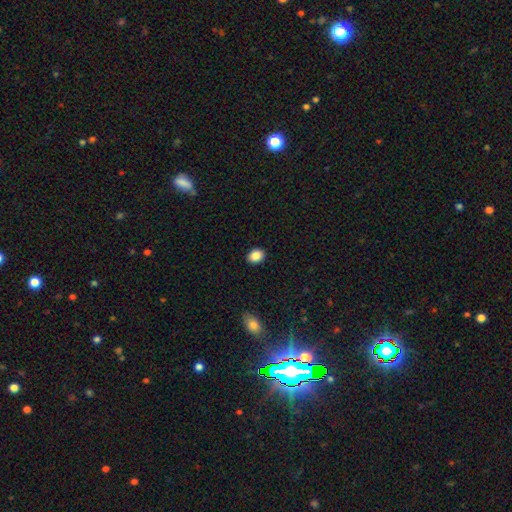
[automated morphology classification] This appears to be a smooth galaxy with no disk features (88%) that is in between round and cigar-shaped (62%). Merging: none (90%).